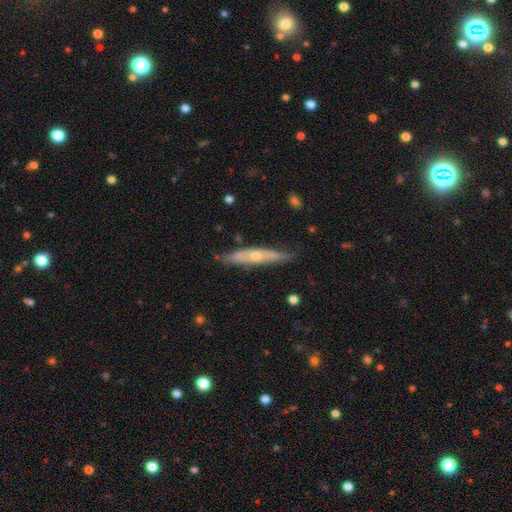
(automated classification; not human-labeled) A featured or disk galaxy (58%) viewed edge-on (82%). Merging: none (78%).